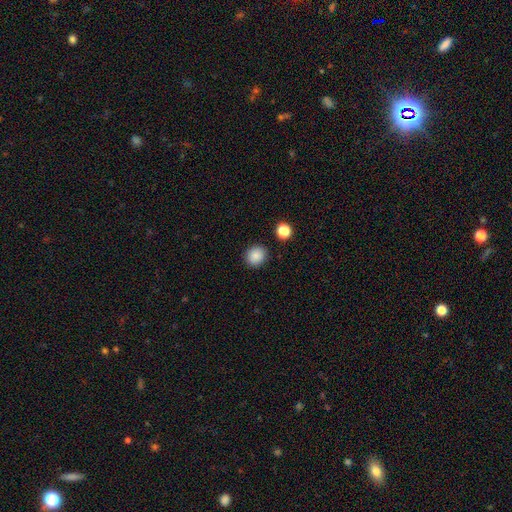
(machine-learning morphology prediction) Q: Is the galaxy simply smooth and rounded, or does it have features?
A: smooth — 87%.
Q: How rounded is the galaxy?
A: round — 82%.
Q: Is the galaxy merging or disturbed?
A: none — 89%.